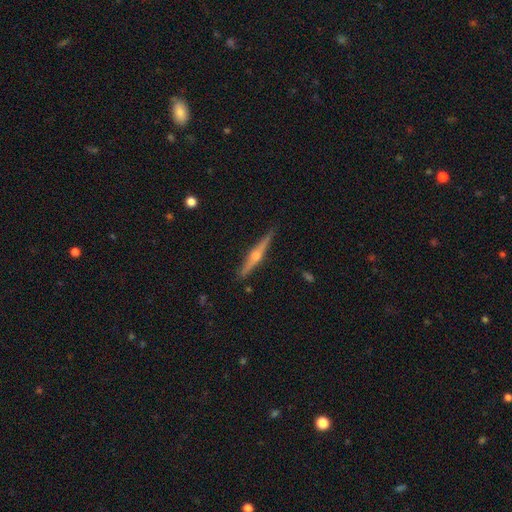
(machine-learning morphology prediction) The model was most divided on "smooth or featured": featured or disk: 79%, smooth: 15%, star or artifact: 6%. More confident: edge-on disk — yes (98%); edge-on bulge — rounded (94%); merging — none (90%).